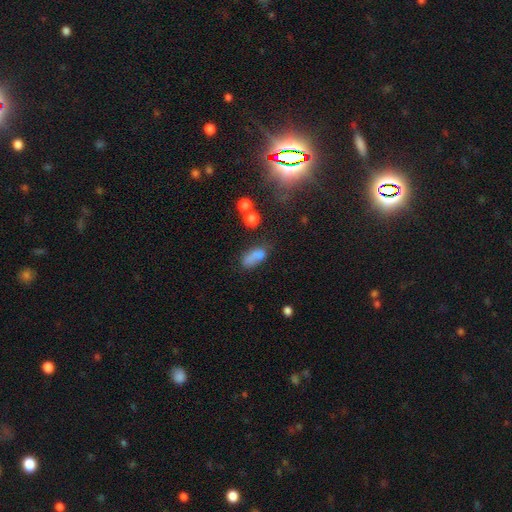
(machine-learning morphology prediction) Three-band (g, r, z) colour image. It shows a smooth galaxy with no disk features (70%) that is in between round and cigar-shaped (80%). Merging: none (37%).